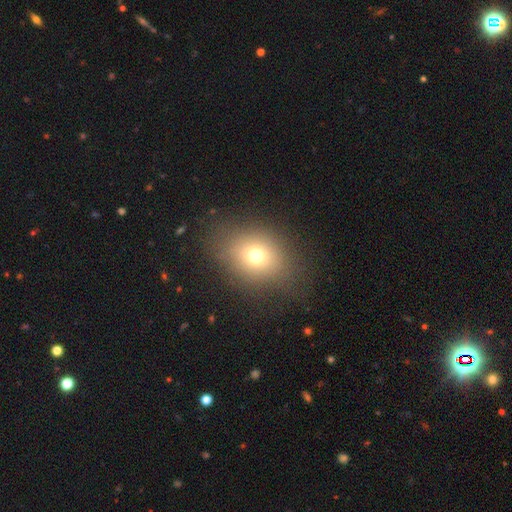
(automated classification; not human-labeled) This appears to be a smooth galaxy with no disk features (70%) that is round (55%). Merging: none (80%).